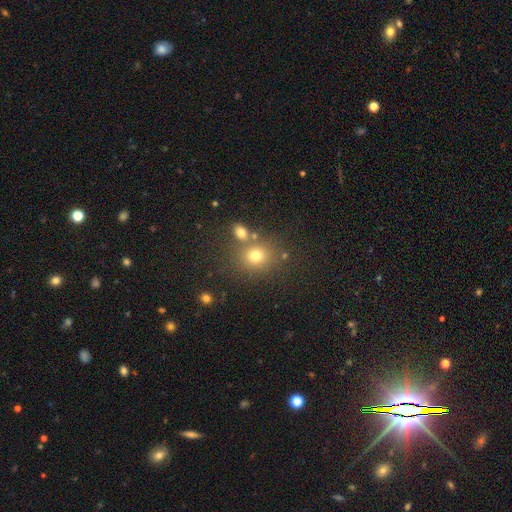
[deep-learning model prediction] smooth_or_featured: smooth (p=0.72) [alt: star or artifact p=0.17]
how_rounded: round (p=0.75) [alt: in between p=0.24]
merging: none (p=0.66) [alt: merger p=0.18]